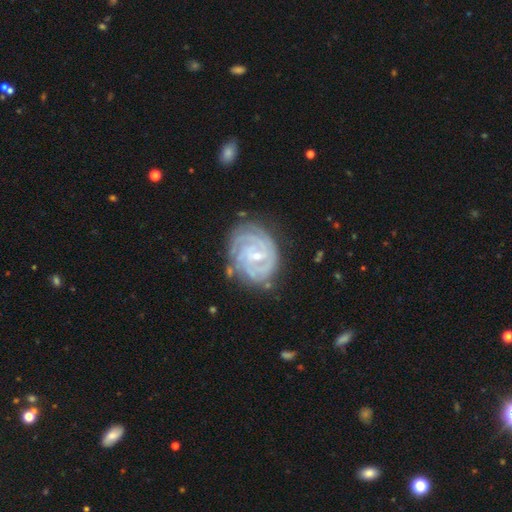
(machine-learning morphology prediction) Smooth or featured? Predicted: featured or disk (p=0.90). Edge-on disk? Predicted: no (p=0.97). Bar? Predicted: weak (p=0.42). Spiral arms? Predicted: yes (p=0.98). Spiral winding? Predicted: tight (p=0.81). Spiral arm count? Predicted: 3 (p=0.28). Bulge size? Predicted: small (p=0.70). Merging? Predicted: none (p=0.74).